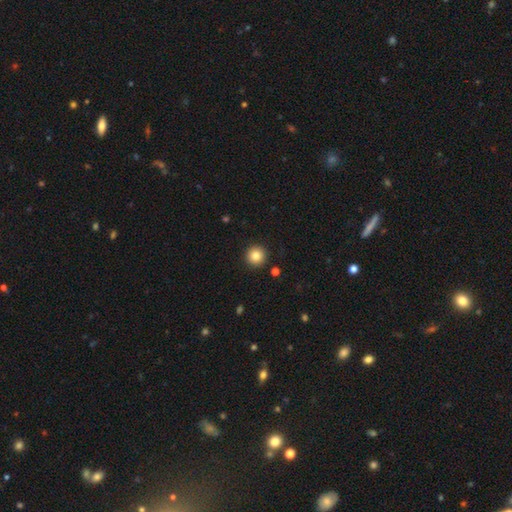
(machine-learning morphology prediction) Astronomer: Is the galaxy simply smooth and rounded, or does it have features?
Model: smooth — 84%.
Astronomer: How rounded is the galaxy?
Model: round — 96%.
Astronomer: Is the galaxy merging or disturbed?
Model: none — 92%.